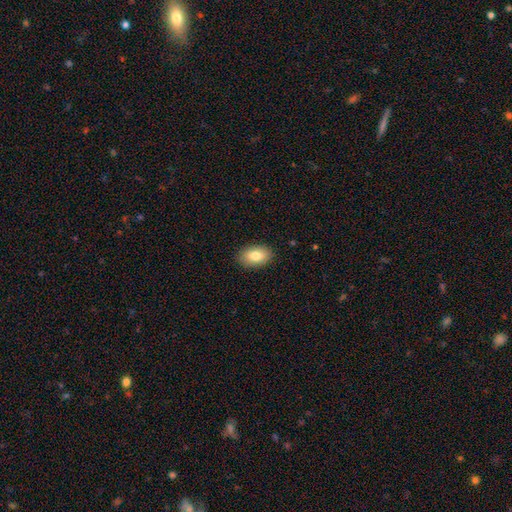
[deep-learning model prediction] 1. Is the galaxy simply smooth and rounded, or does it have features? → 81% smooth, 12% featured or disk, 7% star or artifact.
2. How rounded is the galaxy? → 91% in between, 7% round, 2% cigar-shaped.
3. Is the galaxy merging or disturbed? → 89% none, 8% minor disturbance, 2% major disturbance, 1% merger.